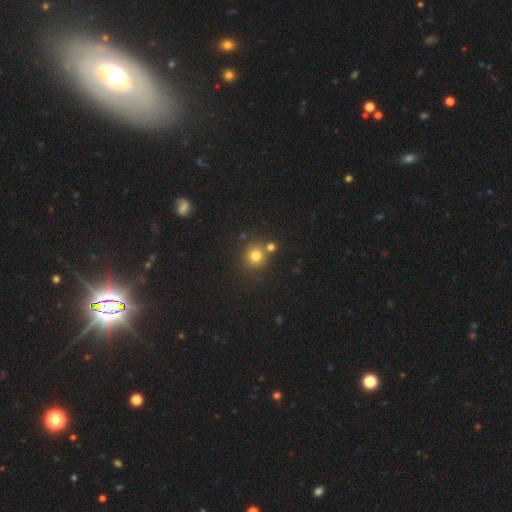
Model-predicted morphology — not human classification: smooth_or_featured: smooth (p=0.76) [alt: star or artifact p=0.16]
how_rounded: round (p=0.91) [alt: in between p=0.08]
merging: none (p=0.70) [alt: merger p=0.20]